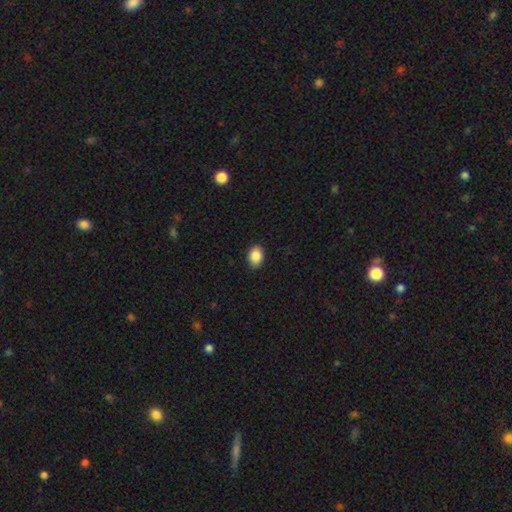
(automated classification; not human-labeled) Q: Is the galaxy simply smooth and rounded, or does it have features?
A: smooth — 87%.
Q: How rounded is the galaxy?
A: in between — 75%.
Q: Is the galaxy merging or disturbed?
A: none — 90%.